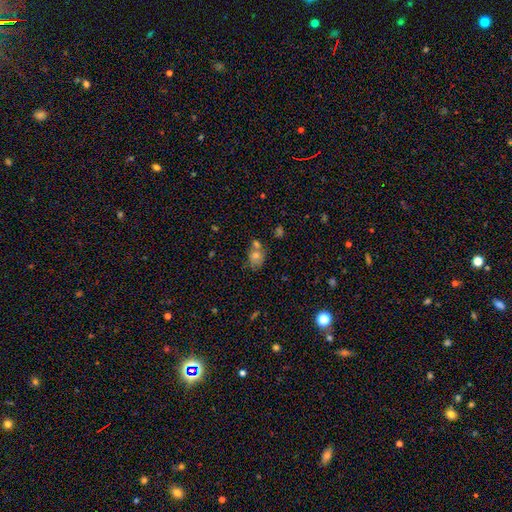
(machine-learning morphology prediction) A smooth galaxy with no disk features (60%) that is in between round and cigar-shaped (52%).

Vote fractions:
- Smooth or featured? smooth: 60% / featured or disk: 21% / star or artifact: 19%
- How rounded? in between: 52% / round: 46% / cigar-shaped: 2%
- Merging? none: 45% / merger: 33% / minor disturbance: 16% / major disturbance: 7%